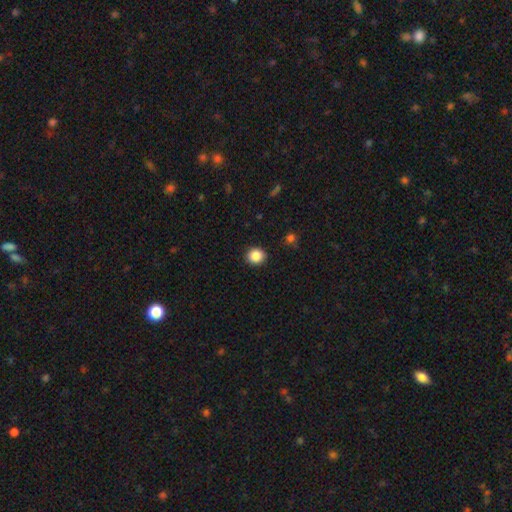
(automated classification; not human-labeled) A smooth galaxy with no disk features (86%) that is round (85%).

Vote fractions:
- Smooth or featured? smooth: 86% / star or artifact: 10% / featured or disk: 4%
- How rounded? round: 85% / in between: 15% / cigar-shaped: 1%
- Merging? none: 92% / minor disturbance: 6% / major disturbance: 2% / merger: 1%